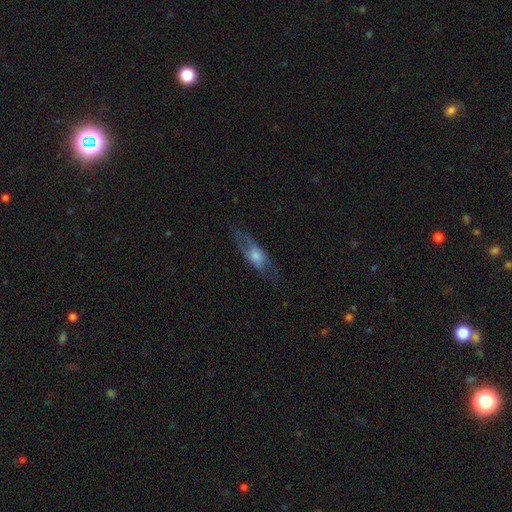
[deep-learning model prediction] smooth-or-featured: featured or disk: 51% | smooth: 41% | star or artifact: 8%
  disk-edge-on: yes: 50% (tied) | no: 50% (tied)
  merging: none: 71% | minor disturbance: 18% | major disturbance: 9% | merger: 1%